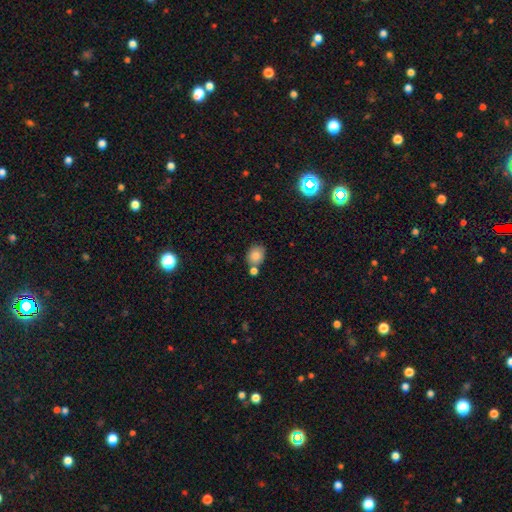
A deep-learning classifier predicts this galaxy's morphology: Smooth or featured? smooth (84%)
How rounded? round (57%)
Merging? none (65%)